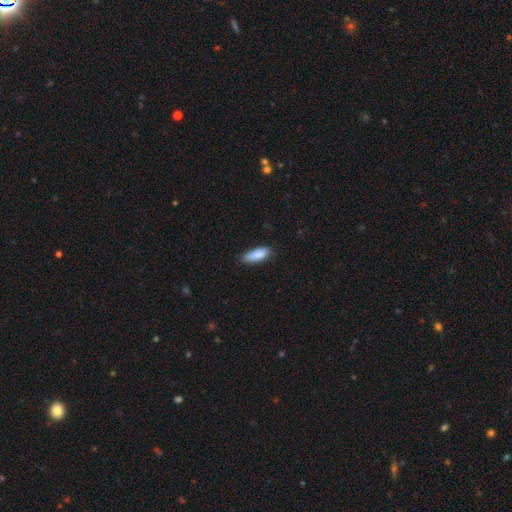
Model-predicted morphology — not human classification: A smooth galaxy with no disk features (88%) that is in between round and cigar-shaped (66%).

Vote fractions:
- Smooth or featured? smooth: 88% / star or artifact: 6% / featured or disk: 6%
- How rounded? in between: 66% / cigar-shaped: 32% / round: 2%
- Merging? none: 77% / minor disturbance: 19% / major disturbance: 3% / merger: 1%